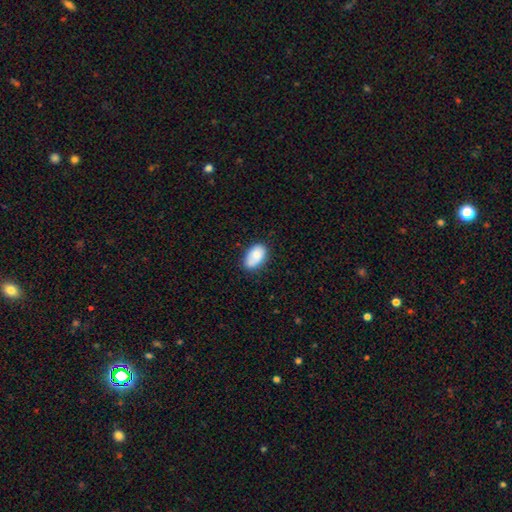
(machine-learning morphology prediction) This is clearly a smooth galaxy (80%). How rounded: clearly in between (90%). Merging: likely none (61%).